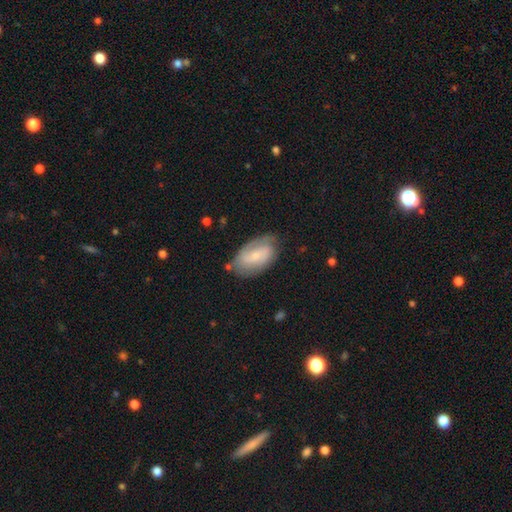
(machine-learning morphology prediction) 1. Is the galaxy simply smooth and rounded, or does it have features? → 53% featured or disk, 40% smooth, 7% star or artifact.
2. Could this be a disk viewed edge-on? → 94% no, 6% yes.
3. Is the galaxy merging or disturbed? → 67% none, 23% minor disturbance, 7% major disturbance, 3% merger.